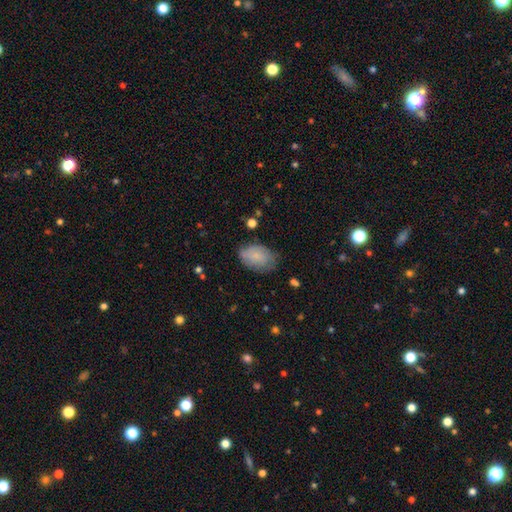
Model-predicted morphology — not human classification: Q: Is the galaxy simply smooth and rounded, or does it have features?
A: smooth — 79%.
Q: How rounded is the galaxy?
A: in between — 88%.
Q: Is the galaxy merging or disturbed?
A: none — 67%.